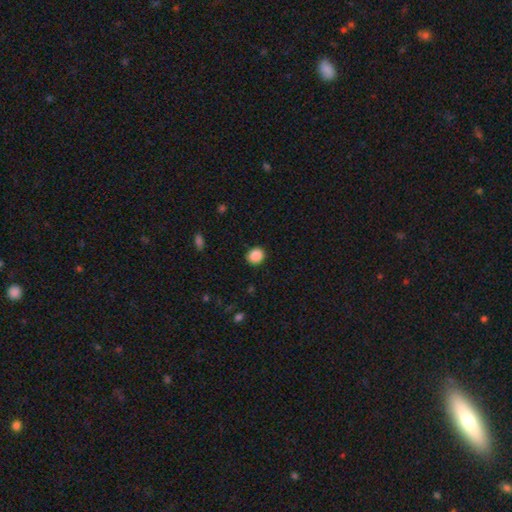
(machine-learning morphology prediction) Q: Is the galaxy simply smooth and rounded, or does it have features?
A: smooth — 89%.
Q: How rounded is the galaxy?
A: round — 76%.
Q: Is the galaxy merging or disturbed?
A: none — 90%.